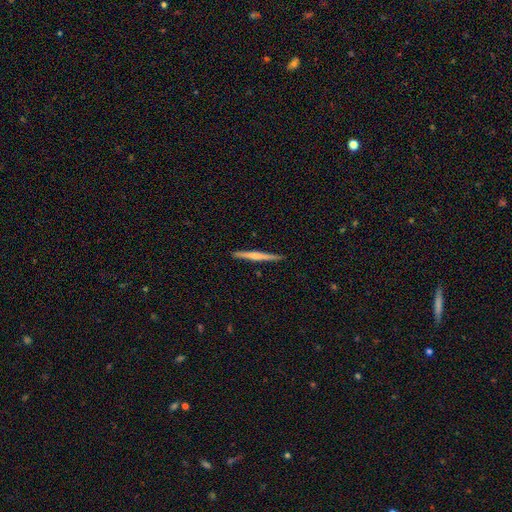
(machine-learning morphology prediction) type=featured or disk (55%); edge-on=yes (98%); edge-on bulge=rounded (50%); merging=none (91%).